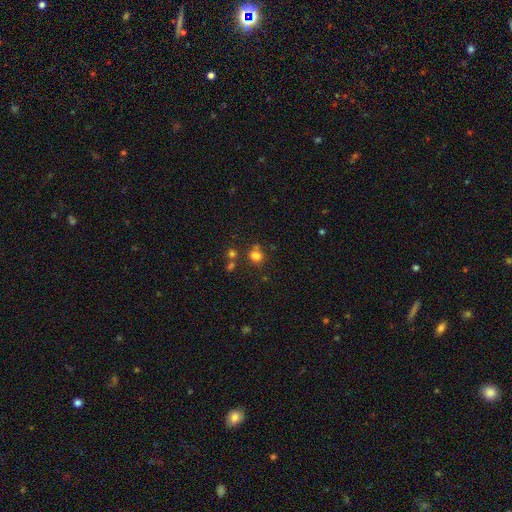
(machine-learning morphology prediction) A smooth galaxy with no disk features (76%) that is round (75%). Merging: none (64%).